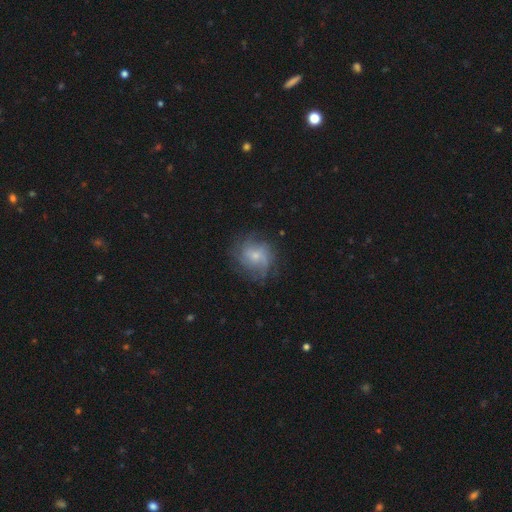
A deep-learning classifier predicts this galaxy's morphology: A featured or disk galaxy (62%) with no bar (71%), medium (41%) spiral arms (86%) and a small central bulge (64%).

Vote fractions:
- Smooth or featured? featured or disk: 62% / smooth: 29% / star or artifact: 9%
- Edge-on disk? no: 97% / yes: 3%
- Bar? no: 71% / weak: 25% / strong: 4%
- Spiral arms? yes: 86% / no: 14%
- Spiral winding? medium: 41% / tight: 30% / loose: 29%
- Spiral arm count? can't tell: 37% / 3: 20% / 2: 20% / 4: 10% / 1: 6% / more than 4: 6%
- Bulge size? small: 64% / moderate: 29% / none: 4% / large: 2% / dominant: 1%
- Merging? none: 68% / minor disturbance: 19% / major disturbance: 11% / merger: 1%